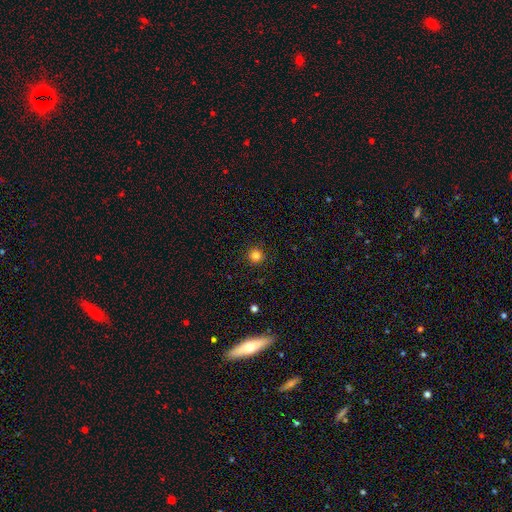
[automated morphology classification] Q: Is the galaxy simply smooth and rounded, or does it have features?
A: smooth — 83%.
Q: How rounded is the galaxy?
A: round — 96%.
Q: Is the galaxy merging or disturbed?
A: none — 91%.